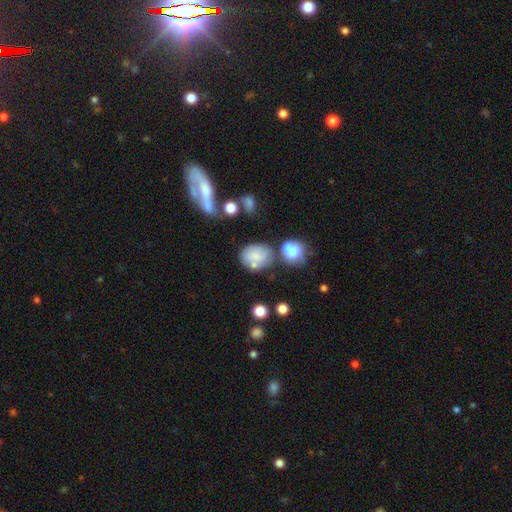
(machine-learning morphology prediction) This is likely a smooth galaxy (68%). How rounded: possibly in between (50%). Merging: possibly none (55%).